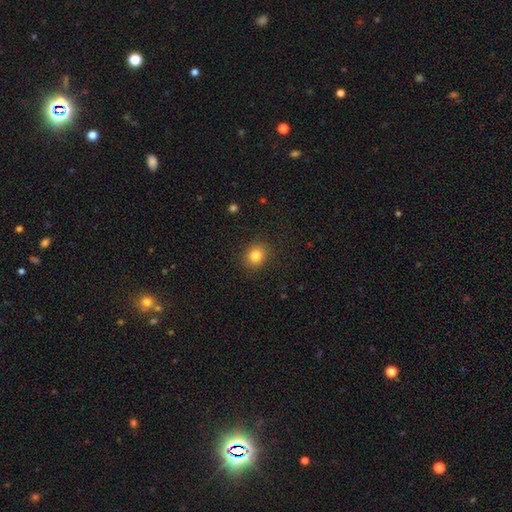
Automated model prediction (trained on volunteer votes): Overall: smooth (82%). How rounded: round (70%). Merging: none (89%).